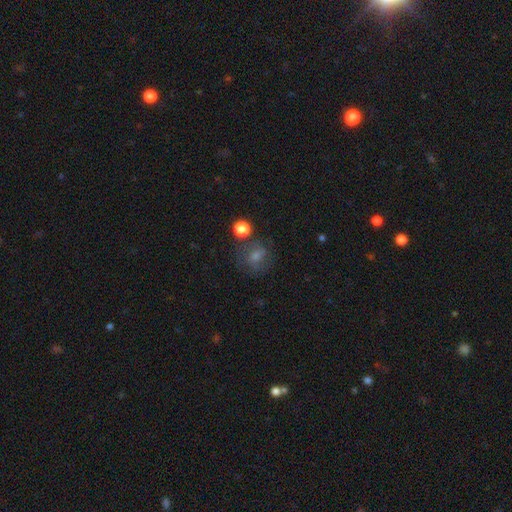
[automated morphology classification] Smooth or featured: smooth — 54% (star or artifact — 26%)
How rounded: round — 76% (in between — 23%)
Merging: none — 71% (minor disturbance — 14%)